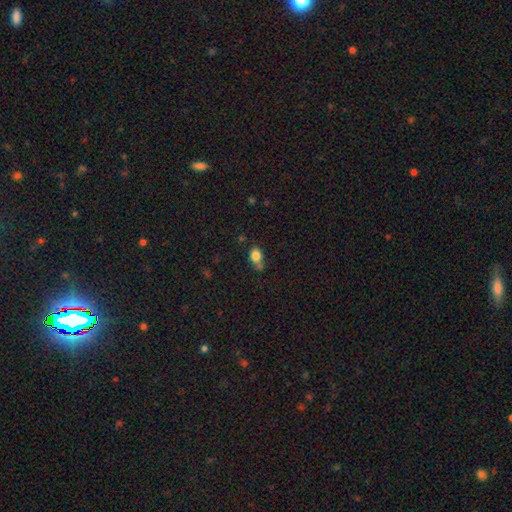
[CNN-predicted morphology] This is clearly a smooth galaxy (80%). How rounded: possibly in between (58%). Merging: marginally none (42%).